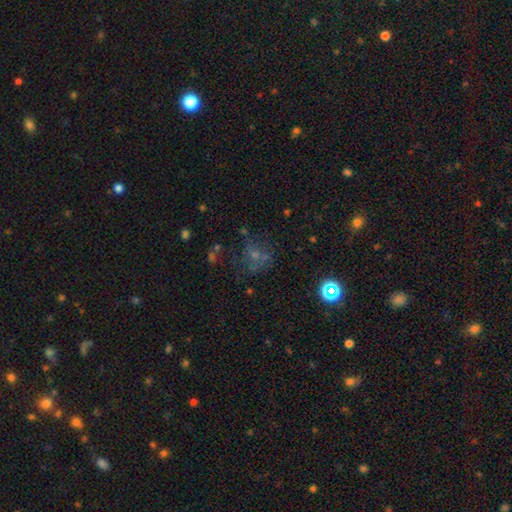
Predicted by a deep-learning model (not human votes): Smooth or featured?
  - smooth: 40% *
  - star or artifact: 30%
  - featured or disk: 29%
Merging?
  - none: 50% *
  - major disturbance: 23%
  - minor disturbance: 19%
  - merger: 9%